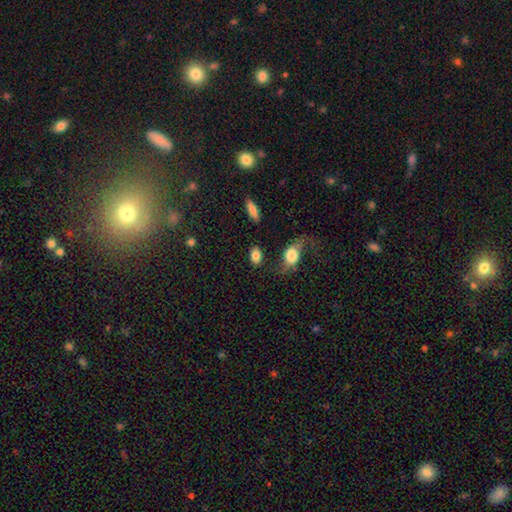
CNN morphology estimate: A smooth galaxy with no disk features (82%) that is in between round and cigar-shaped (83%). Merging: none (69%).